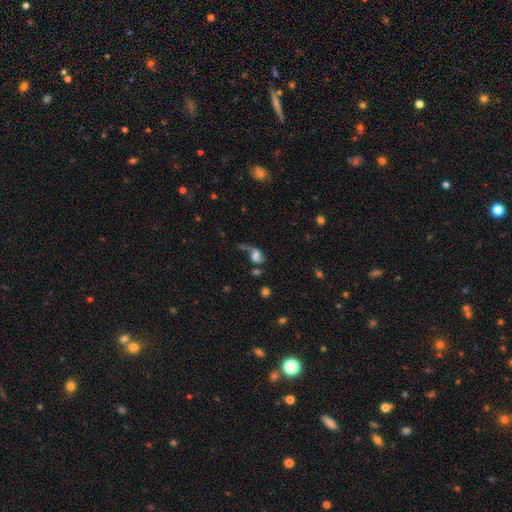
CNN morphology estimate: This appears to be a featured or disk galaxy (51%). Merging: major disturbance (41%).